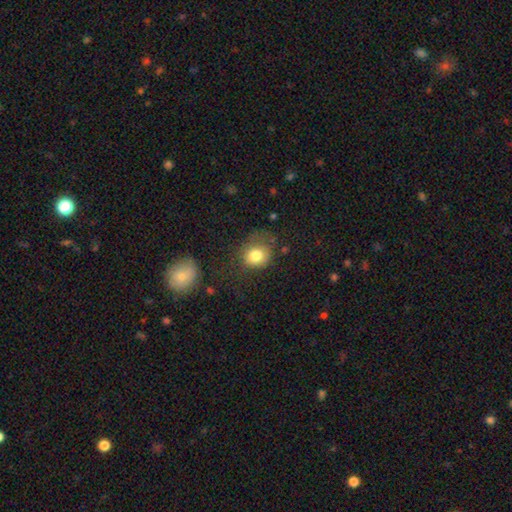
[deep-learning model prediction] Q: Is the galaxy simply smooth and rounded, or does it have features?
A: smooth — 80%.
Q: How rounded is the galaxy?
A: round — 69%.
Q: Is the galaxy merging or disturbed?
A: none — 55%.